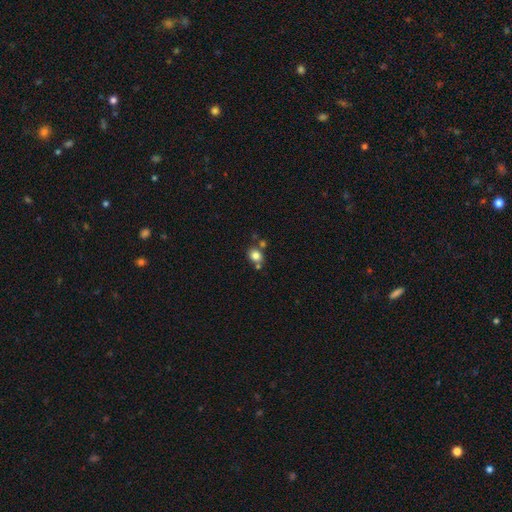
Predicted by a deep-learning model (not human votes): Smooth or featured? Predicted: smooth (p=0.81). How rounded? Predicted: round (p=0.66). Merging? Predicted: none (p=0.65).